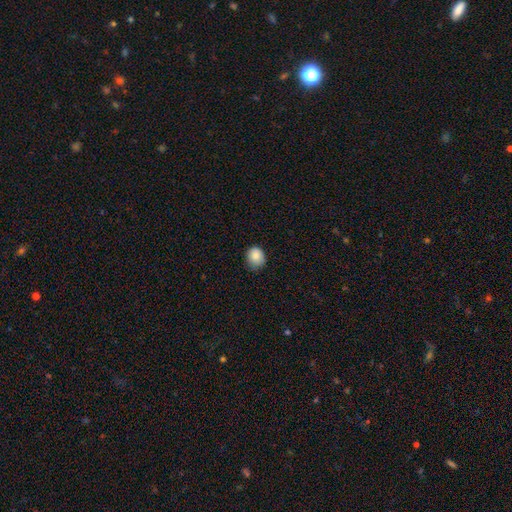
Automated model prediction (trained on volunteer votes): A smooth galaxy with no disk features (86%) that is round (75%). Merging: none (73%).